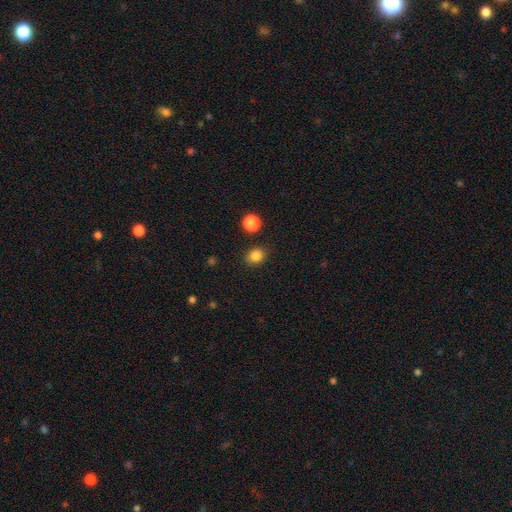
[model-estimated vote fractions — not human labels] smooth_or_featured: smooth (p=0.84) [alt: star or artifact p=0.11]
how_rounded: round (p=0.59) [alt: in between p=0.40]
merging: none (p=0.85) [alt: minor disturbance p=0.09]